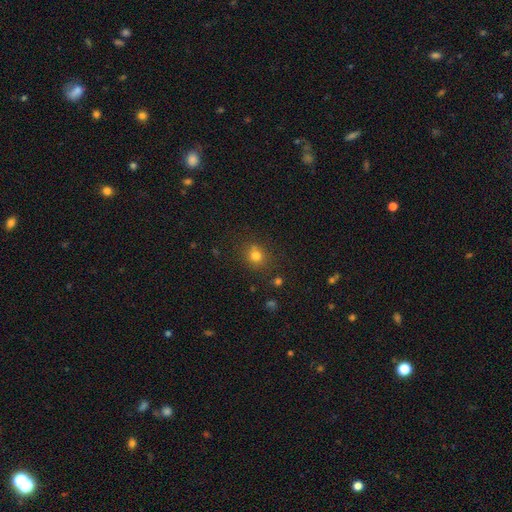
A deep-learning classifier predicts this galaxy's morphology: Q: Smooth or featured?
A: smooth (75%); runner-up: star or artifact (16%)
Q: How rounded?
A: round (81%); runner-up: in between (18%)
Q: Merging?
A: none (69%); runner-up: merger (14%)